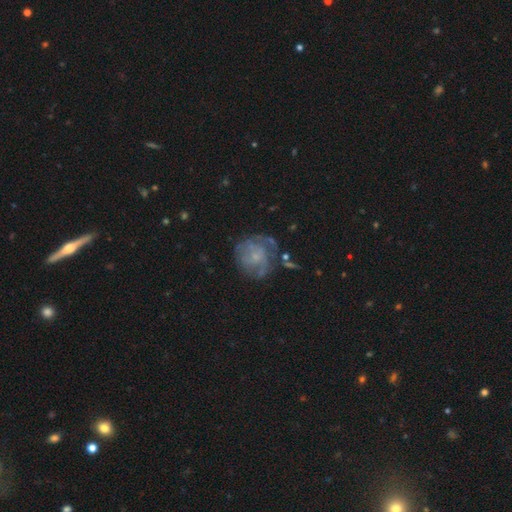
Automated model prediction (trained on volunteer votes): Overall: featured or disk (63%; smooth 27%). Edge-on disk: no (98%). Bar: no (79%). Spiral arms: yes (69%; no 31%). Bulge size: small (64%). Merging: none (54%; minor disturbance 22%).